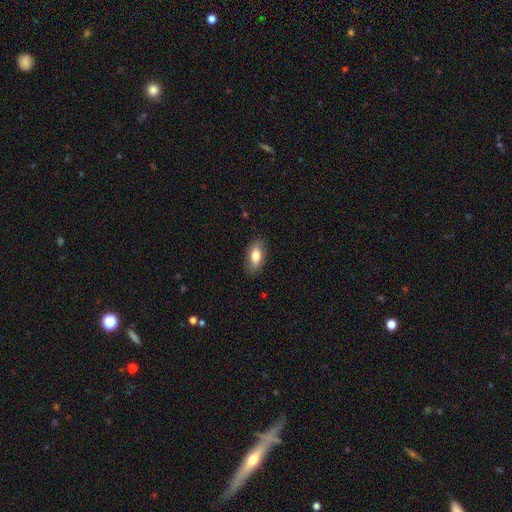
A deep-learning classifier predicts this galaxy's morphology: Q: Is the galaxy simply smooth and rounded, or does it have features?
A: smooth — 75%.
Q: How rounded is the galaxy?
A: in between — 86%.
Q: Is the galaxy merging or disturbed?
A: none — 84%.